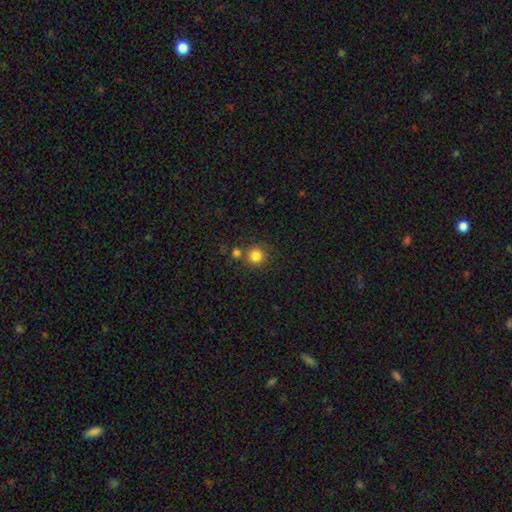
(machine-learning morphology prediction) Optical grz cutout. It shows a smooth galaxy with no disk features (83%) that is round (94%). Merging: none (74%).